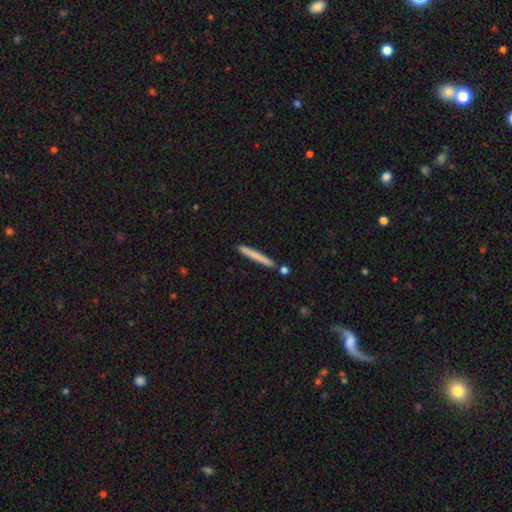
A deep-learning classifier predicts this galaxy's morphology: A smooth galaxy with no disk features (71%) that is cigar-shaped (97%). Merging: none (86%).